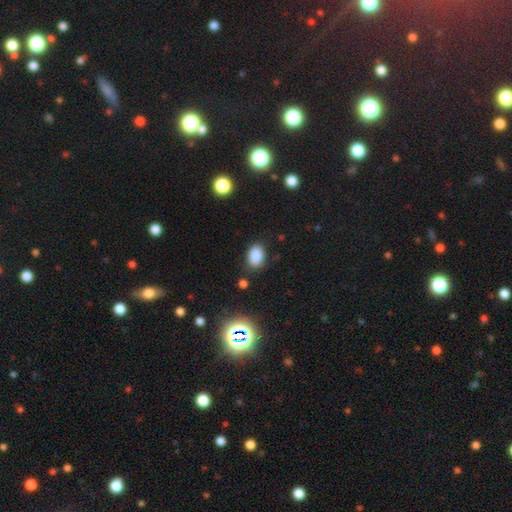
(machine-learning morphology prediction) A smooth galaxy with no disk features (85%) that is in between round and cigar-shaped (82%). Merging: none (79%).